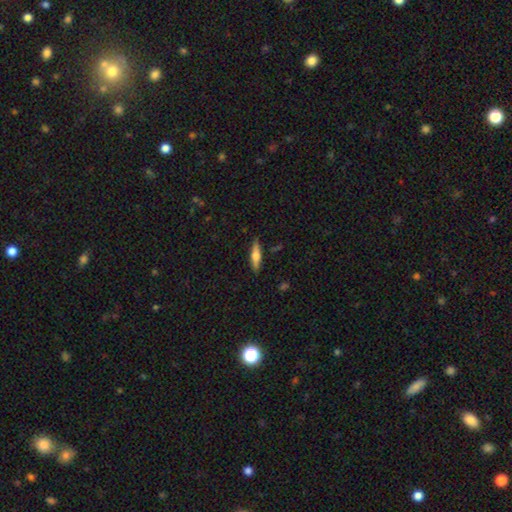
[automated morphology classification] smooth_or_featured: smooth (p=0.48) [alt: featured or disk p=0.46]
merging: none (p=0.88) [alt: minor disturbance p=0.09]